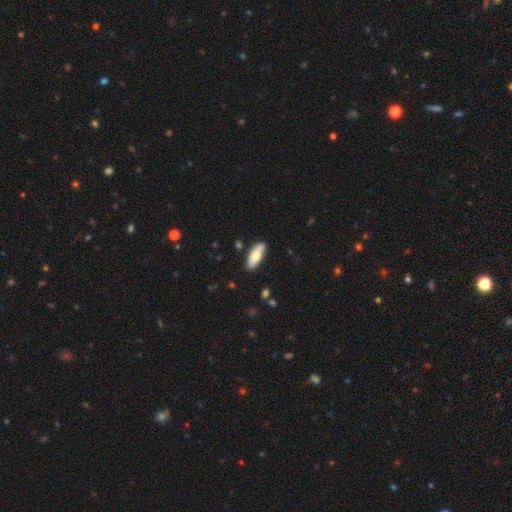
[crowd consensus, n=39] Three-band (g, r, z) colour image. It shows a smooth galaxy with no disk features (74%) that is in between round and cigar-shaped (59%). Merging: none (86%).